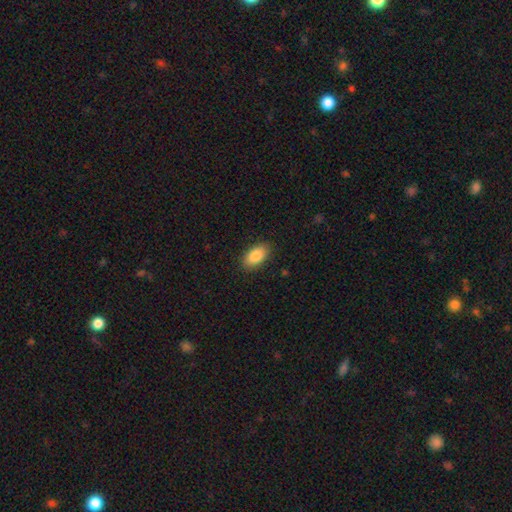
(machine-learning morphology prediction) type=smooth (86%); roundness=in between (93%); merging=none (88%).